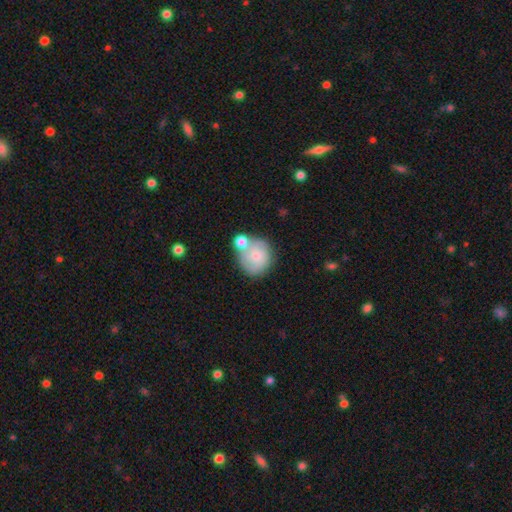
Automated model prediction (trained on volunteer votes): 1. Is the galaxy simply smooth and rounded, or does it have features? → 60% smooth, 32% featured or disk, 8% star or artifact.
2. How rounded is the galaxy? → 81% round, 18% in between, 1% cigar-shaped.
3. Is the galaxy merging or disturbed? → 45% none, 32% merger, 17% minor disturbance, 6% major disturbance.